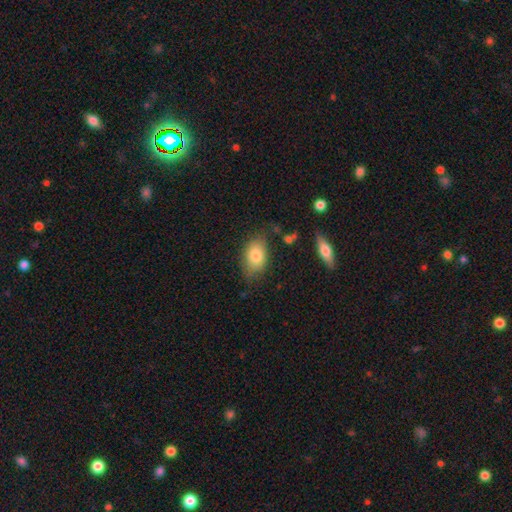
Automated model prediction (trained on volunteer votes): A smooth galaxy with no disk features (81%) that is in between round and cigar-shaped (87%). Merging: none (73%).